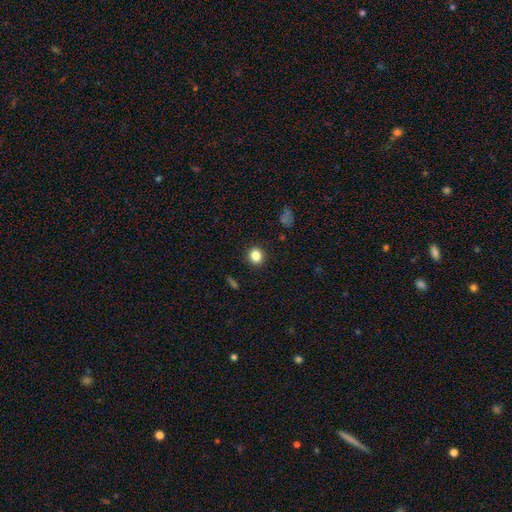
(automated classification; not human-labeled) A smooth galaxy with no disk features (84%) that is round (81%). Merging: none (91%).